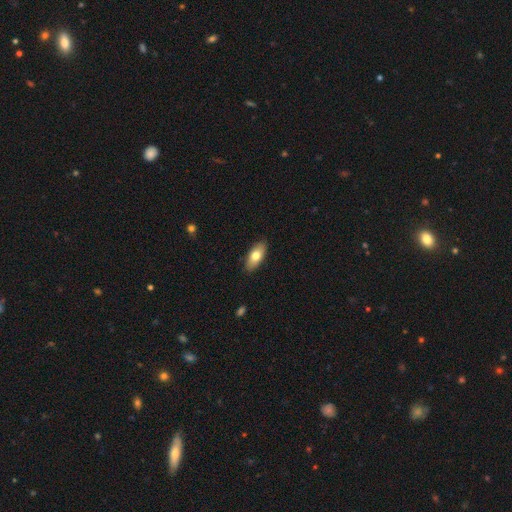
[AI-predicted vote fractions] Smooth or featured?
  - smooth: 74% *
  - featured or disk: 20%
  - star or artifact: 6%
How rounded?
  - in between: 86% *
  - cigar-shaped: 10%
  - round: 3%
Merging?
  - none: 87% *
  - minor disturbance: 10%
  - major disturbance: 2%
  - merger: 1%